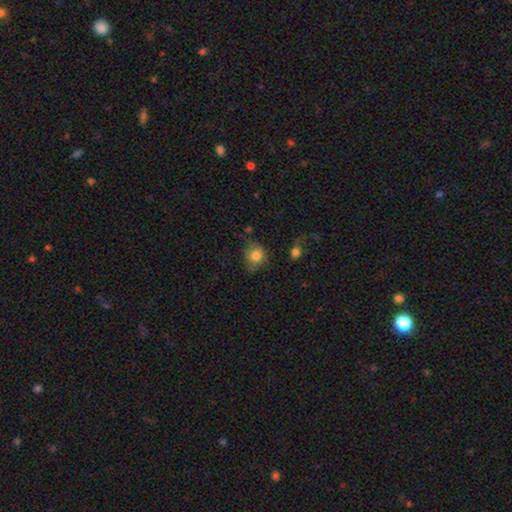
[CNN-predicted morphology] type=smooth (80%); roundness=round (77%); merging=none (55%).